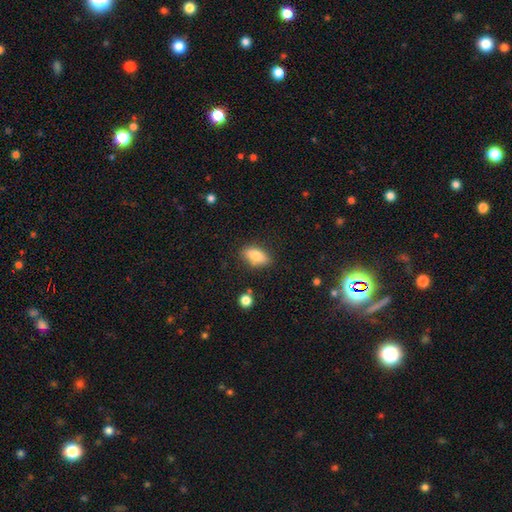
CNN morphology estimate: Smooth or featured?
  - smooth: 81% *
  - featured or disk: 12%
  - star or artifact: 8%
How rounded?
  - in between: 86% *
  - cigar-shaped: 9%
  - round: 5%
Merging?
  - none: 80% *
  - minor disturbance: 14%
  - major disturbance: 3%
  - merger: 3%